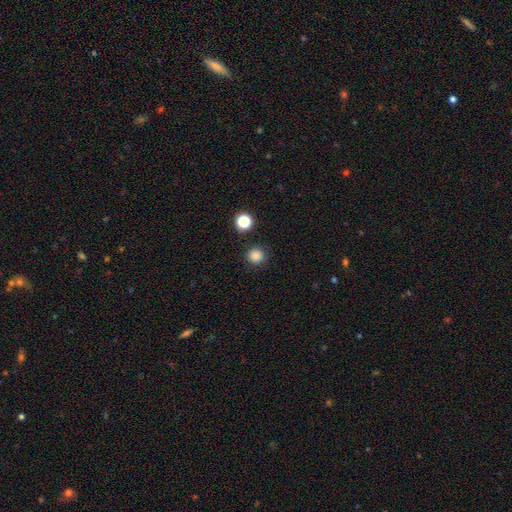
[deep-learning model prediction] A smooth galaxy with no disk features (84%) that is round (94%).

Vote fractions:
- Smooth or featured? smooth: 84% / star or artifact: 13% / featured or disk: 3%
- How rounded? round: 94% / in between: 5% / cigar-shaped: 1%
- Merging? none: 90% / minor disturbance: 6% / major disturbance: 2% / merger: 2%